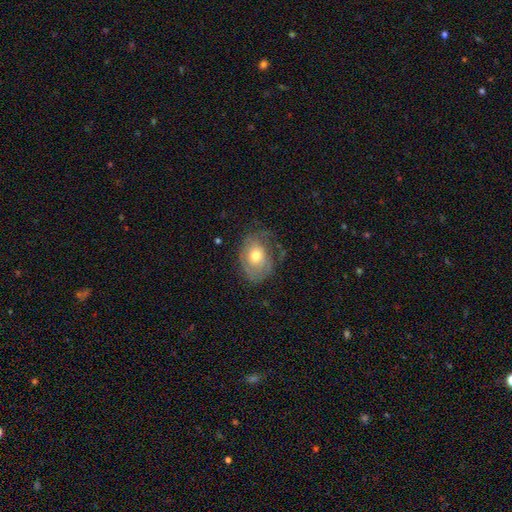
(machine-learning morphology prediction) A featured or disk galaxy (51%).

Vote fractions:
- Smooth or featured? featured or disk: 51% / smooth: 41% / star or artifact: 7%
- Edge-on disk? no: 94% / yes: 6%
- Merging? none: 59% / minor disturbance: 26% / major disturbance: 14% / merger: 1%